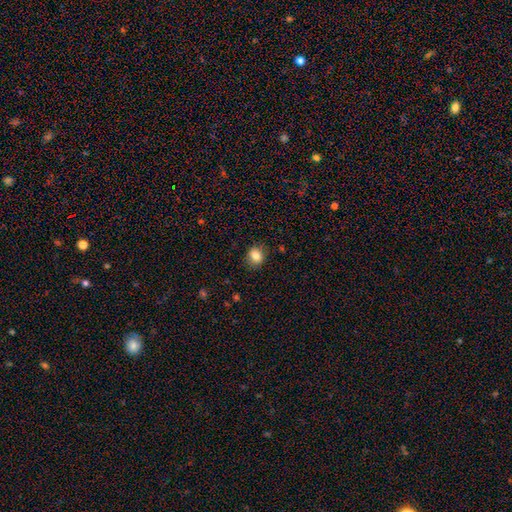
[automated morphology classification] Q: Smooth or featured?
A: smooth (84%); runner-up: star or artifact (10%)
Q: How rounded?
A: round (60%); runner-up: in between (39%)
Q: Merging?
A: none (85%); runner-up: minor disturbance (11%)